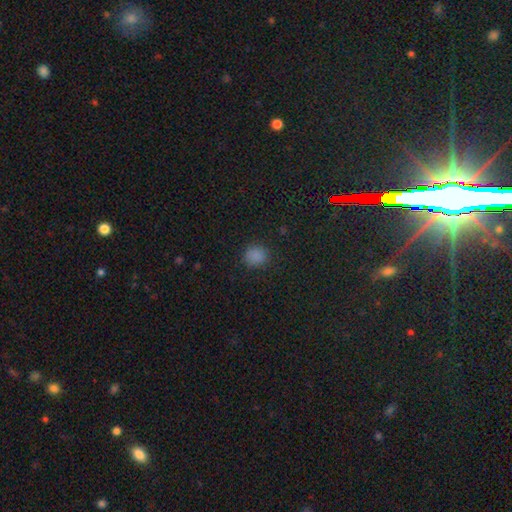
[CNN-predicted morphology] A smooth galaxy with no disk features (83%) that is round (83%).

Vote fractions:
- Smooth or featured? smooth: 83% / star or artifact: 14% / featured or disk: 3%
- How rounded? round: 83% / in between: 16% / cigar-shaped: 1%
- Merging? none: 87% / minor disturbance: 9% / major disturbance: 3% / merger: 1%